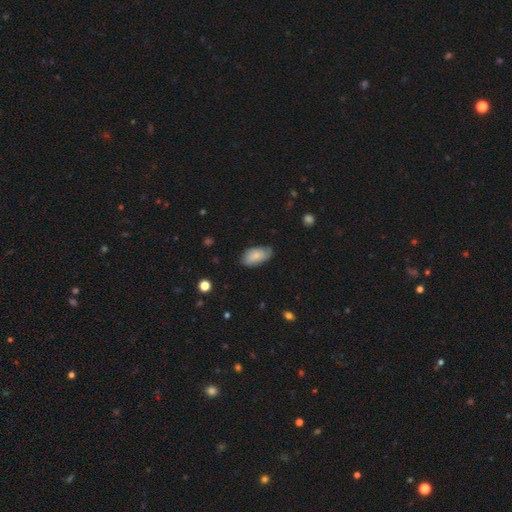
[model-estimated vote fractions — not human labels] Smooth or featured: smooth — 80% (featured or disk — 14%)
How rounded: in between — 94% (round — 3%)
Merging: none — 69% (minor disturbance — 26%)